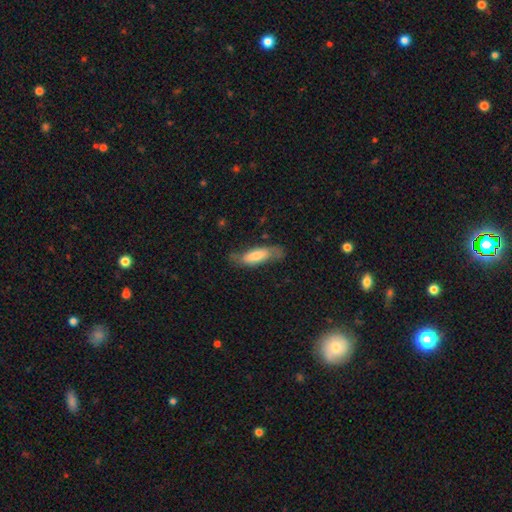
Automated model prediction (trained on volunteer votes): A smooth galaxy with no disk features (60%) that is in between round and cigar-shaped (53%). Merging: none (63%).